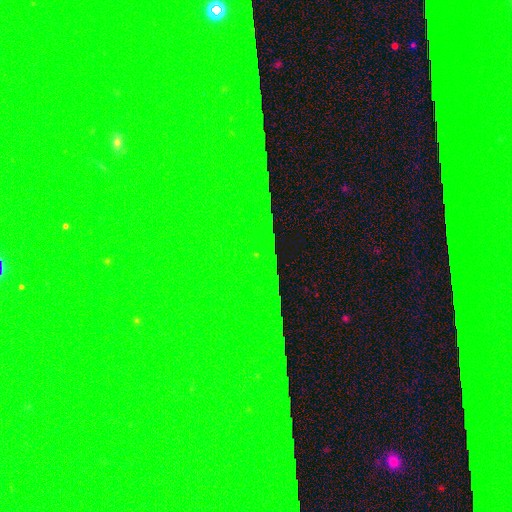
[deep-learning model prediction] A star or artifact, not a galaxy (87%).